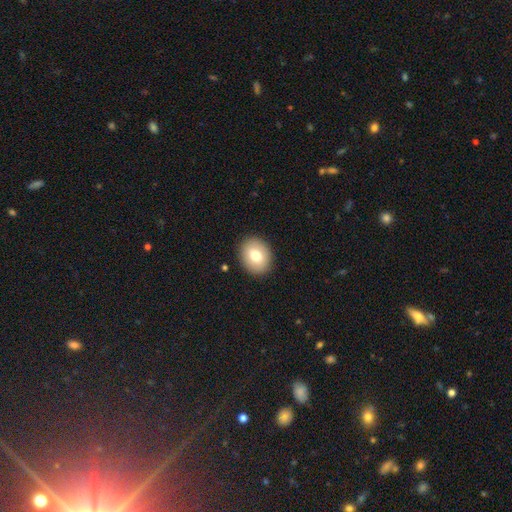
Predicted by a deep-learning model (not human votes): Smooth or featured? smooth (76%)
How rounded? in between (50%)
Merging? none (90%)